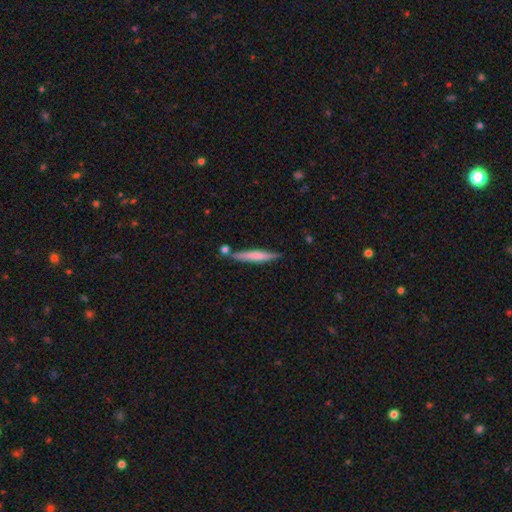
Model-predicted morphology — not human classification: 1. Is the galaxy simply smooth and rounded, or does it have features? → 56% smooth, 38% featured or disk, 6% star or artifact.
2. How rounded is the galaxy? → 93% cigar-shaped, 5% in between, 1% round.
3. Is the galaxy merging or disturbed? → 79% none, 12% minor disturbance, 7% merger, 3% major disturbance.